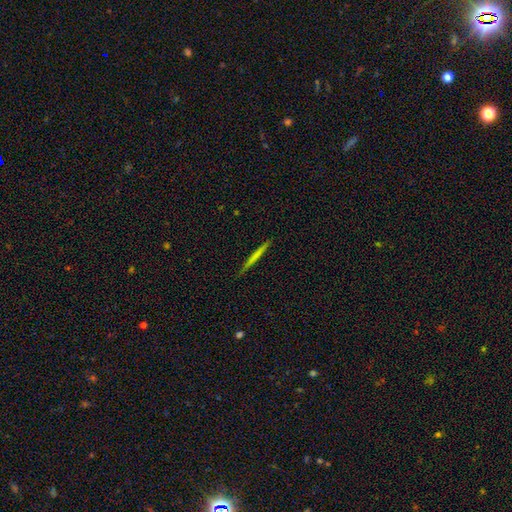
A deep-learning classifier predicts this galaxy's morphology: A smooth galaxy with no disk features (56%) that is cigar-shaped (96%).

Vote fractions:
- Smooth or featured? smooth: 56% / featured or disk: 38% / star or artifact: 6%
- How rounded? cigar-shaped: 96% / in between: 2% / round: 2%
- Merging? none: 90% / minor disturbance: 7% / major disturbance: 1% / merger: 1%